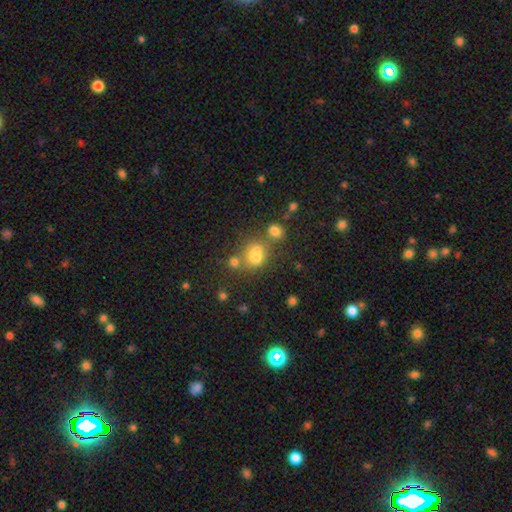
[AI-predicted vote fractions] The model was most divided on "merging": none: 48%, merger: 33%, minor disturbance: 12%, major disturbance: 6%. More confident: how rounded — round (71%); smooth or featured — smooth (69%).